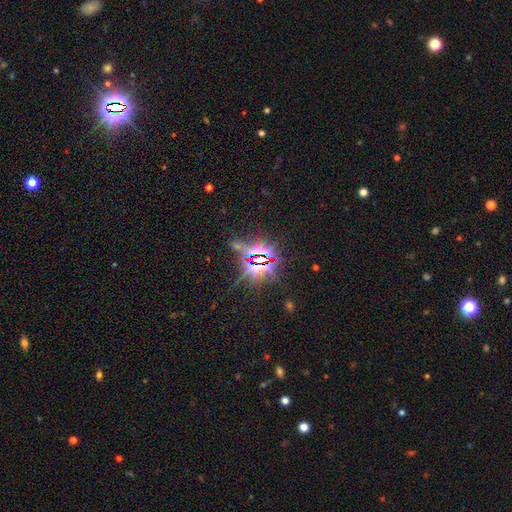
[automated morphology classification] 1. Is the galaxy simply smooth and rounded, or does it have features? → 80% star or artifact, 11% smooth, 9% featured or disk.